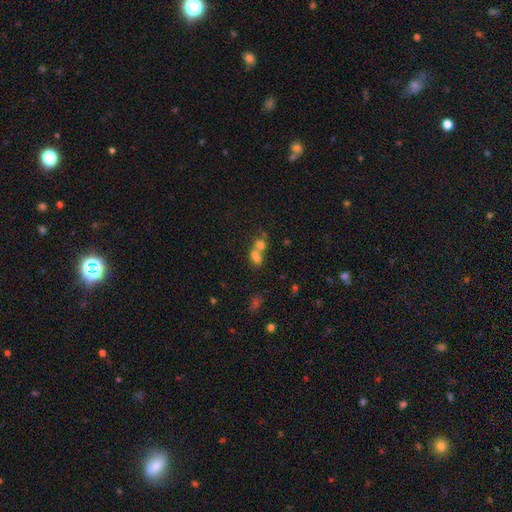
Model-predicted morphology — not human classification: Smooth or featured?
  - smooth: 65% *
  - featured or disk: 18%
  - star or artifact: 17%
How rounded?
  - round: 53% *
  - in between: 44%
  - cigar-shaped: 3%
Merging?
  - merger: 66% *
  - none: 24%
  - minor disturbance: 6%
  - major disturbance: 4%